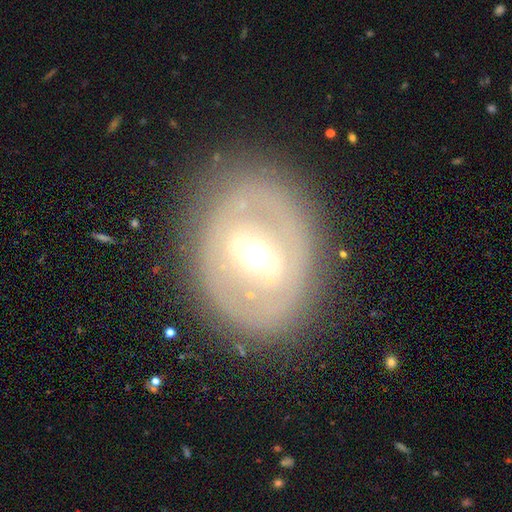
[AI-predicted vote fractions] featured or disk 66%, smooth 26%, star or artifact 8%. Down the decision tree: edge-on disk — no (89%); bar — strong (45%); spiral arms — no (81%); bulge size — moderate (62%); merging — none (80%).